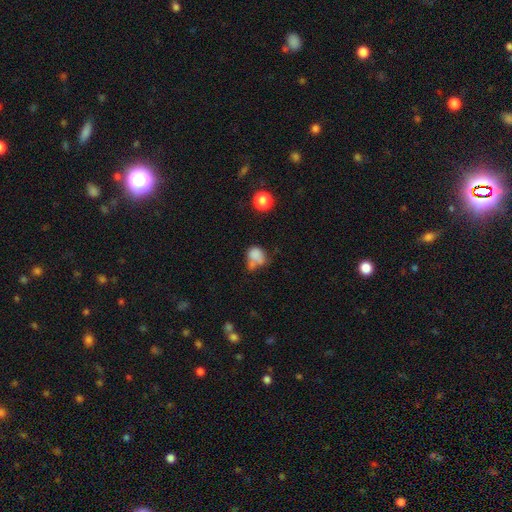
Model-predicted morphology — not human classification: This is likely a smooth galaxy (73%). How rounded: possibly in between (54%). Merging: marginally none (29%, tied with merger).